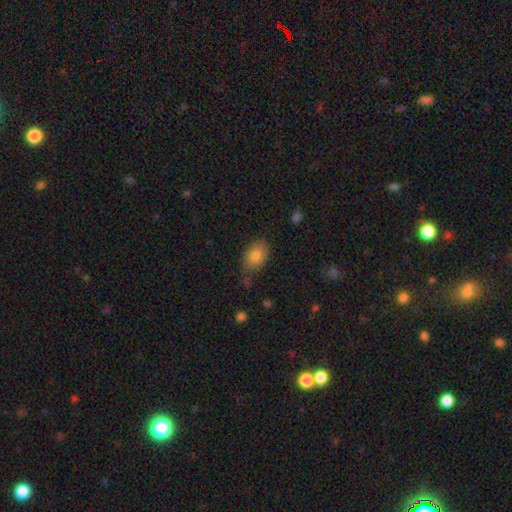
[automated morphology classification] smooth-or-featured: smooth: 80% | featured or disk: 12% | star or artifact: 8%
  how-rounded: in between: 83% | round: 16% | cigar-shaped: 1%
  merging: none: 61% | minor disturbance: 28% | major disturbance: 7% | merger: 4%